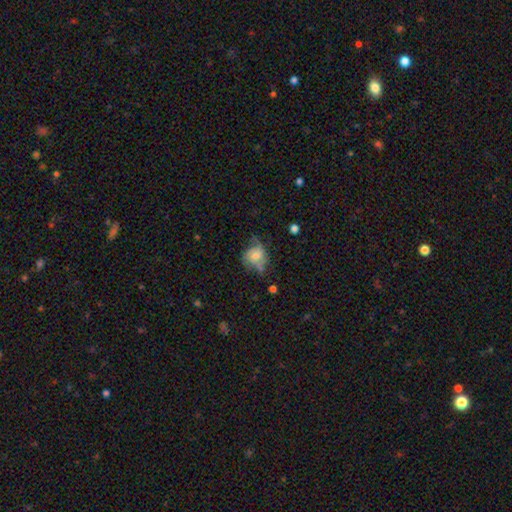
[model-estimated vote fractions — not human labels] Q: Smooth or featured?
A: smooth (50%); runner-up: featured or disk (41%)
Q: How rounded?
A: round (62%); runner-up: in between (37%)
Q: Merging?
A: none (41%); runner-up: minor disturbance (32%)